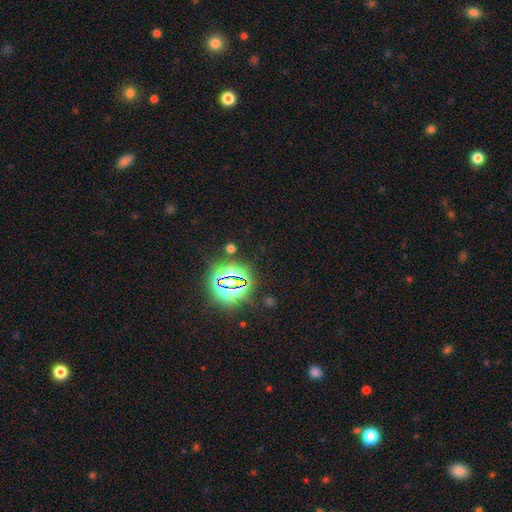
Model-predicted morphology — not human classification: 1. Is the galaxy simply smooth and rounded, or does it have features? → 80% star or artifact, 12% smooth, 8% featured or disk.